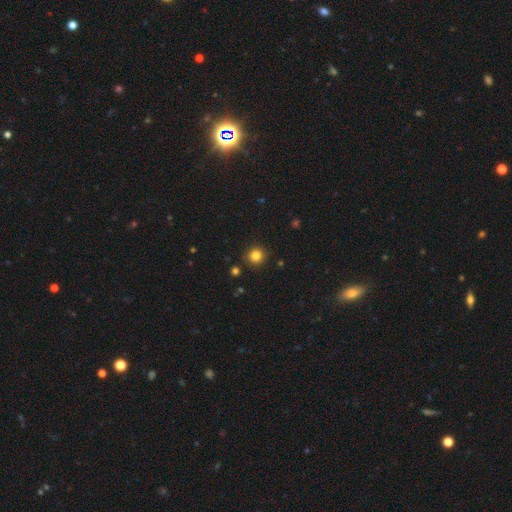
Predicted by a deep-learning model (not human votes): Smooth or featured? smooth (83%)
How rounded? round (93%)
Merging? none (91%)